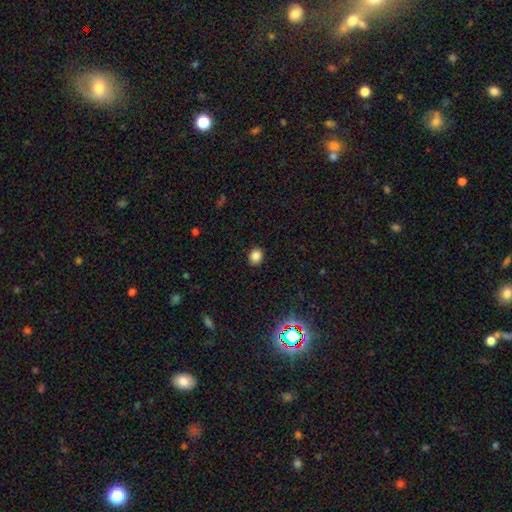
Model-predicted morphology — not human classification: smooth_or_featured: smooth (p=0.84) [alt: star or artifact p=0.12]
how_rounded: round (p=0.63) [alt: in between p=0.36]
merging: none (p=0.90) [alt: minor disturbance p=0.07]